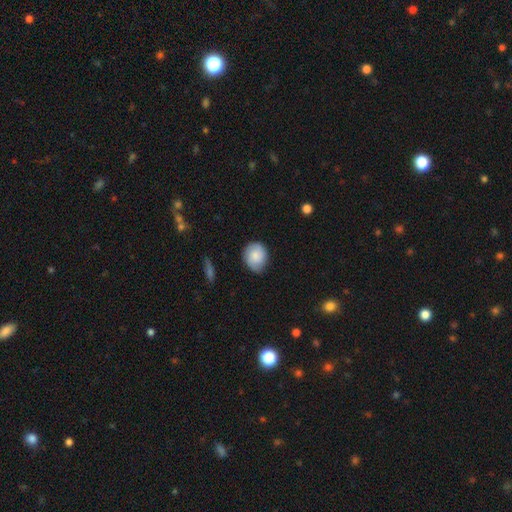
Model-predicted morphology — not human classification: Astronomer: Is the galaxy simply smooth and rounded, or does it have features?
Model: smooth — 73%.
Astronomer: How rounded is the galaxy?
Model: round — 68%.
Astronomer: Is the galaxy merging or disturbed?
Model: none — 71%.